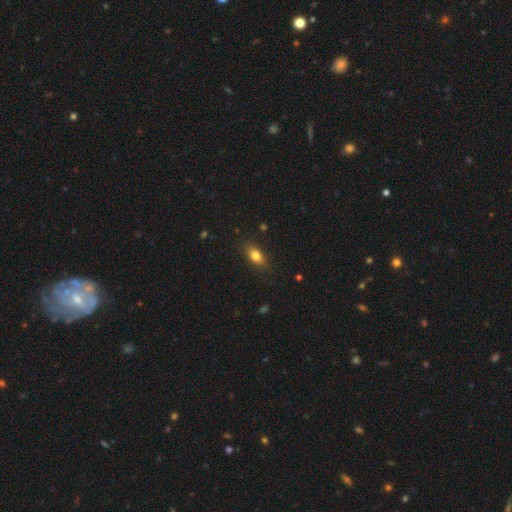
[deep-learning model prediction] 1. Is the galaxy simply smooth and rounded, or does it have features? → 81% smooth, 9% star or artifact, 9% featured or disk.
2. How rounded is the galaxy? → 84% in between, 10% round, 6% cigar-shaped.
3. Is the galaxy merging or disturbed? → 84% none, 12% minor disturbance, 3% major disturbance, 1% merger.